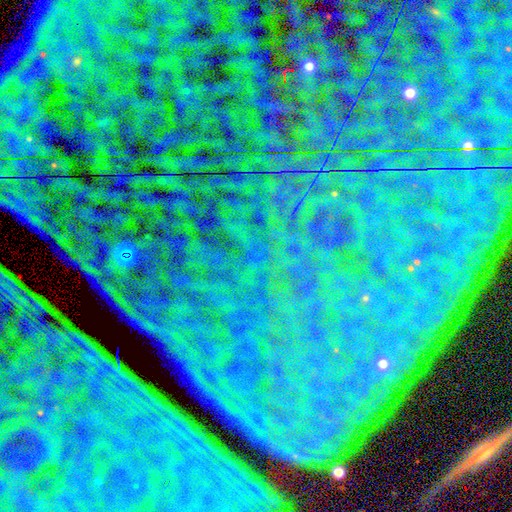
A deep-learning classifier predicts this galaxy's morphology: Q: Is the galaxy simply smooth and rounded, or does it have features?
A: star or artifact — 86%.